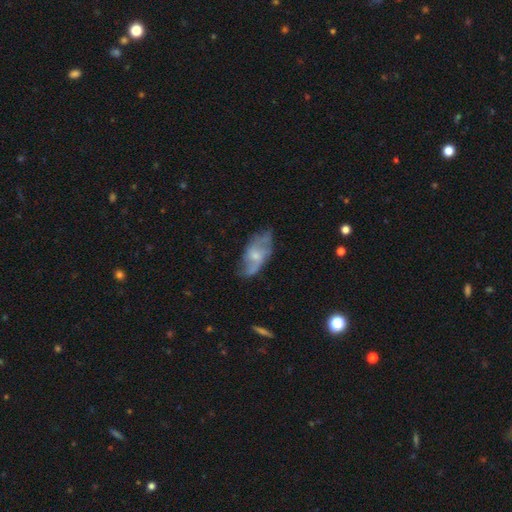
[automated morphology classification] A featured or disk galaxy (64%) with no bar (59%), spiral arms (80%) and a small central bulge (54%). Merging: none (57%).